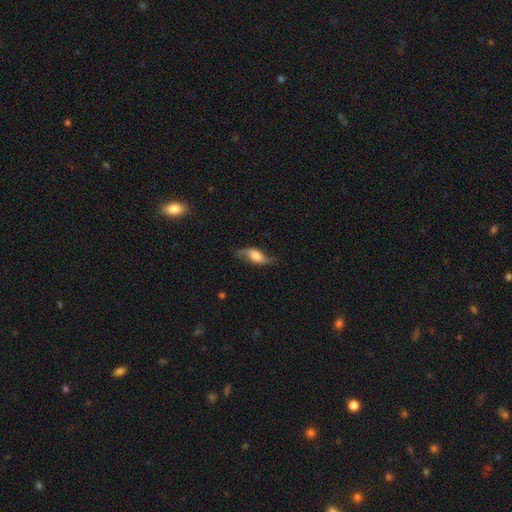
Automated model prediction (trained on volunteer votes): Q: Smooth or featured?
A: featured or disk (59%); runner-up: smooth (33%)
Q: Edge-on disk?
A: no (76%); runner-up: yes (24%)
Q: Merging?
A: none (70%); runner-up: minor disturbance (20%)